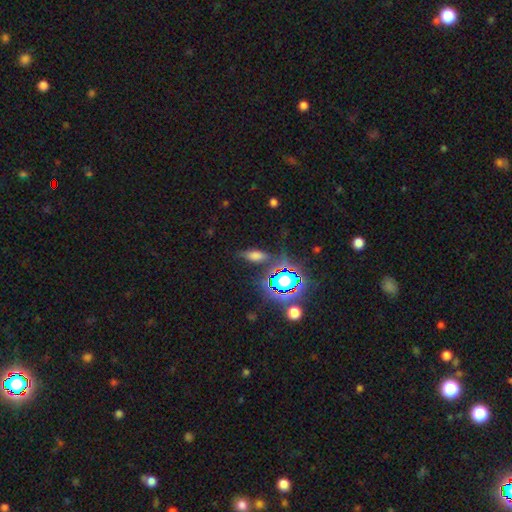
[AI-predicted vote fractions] This is possibly a smooth galaxy (59%). How rounded: likely in between (65%). Merging: likely none (73%).